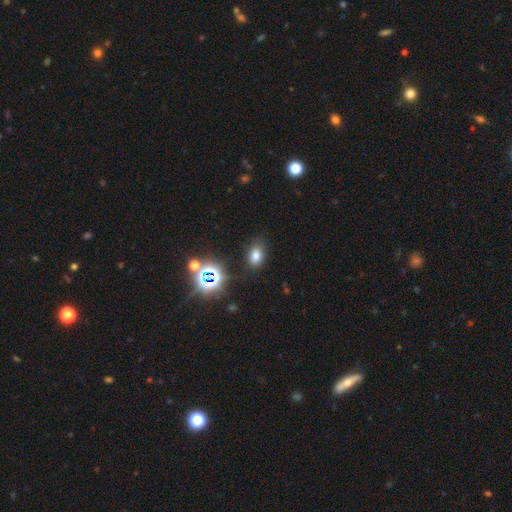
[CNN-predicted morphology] A smooth galaxy with no disk features (71%) that is in between round and cigar-shaped (78%). Merging: none (82%).